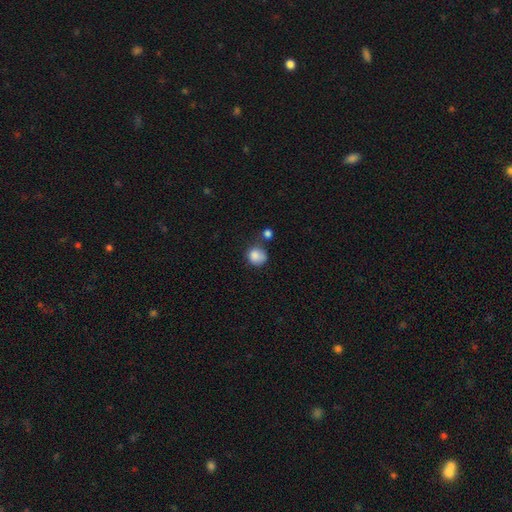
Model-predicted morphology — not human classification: Overall: smooth (84%). How rounded: round (81%). Merging: none (50%; minor disturbance 26%).